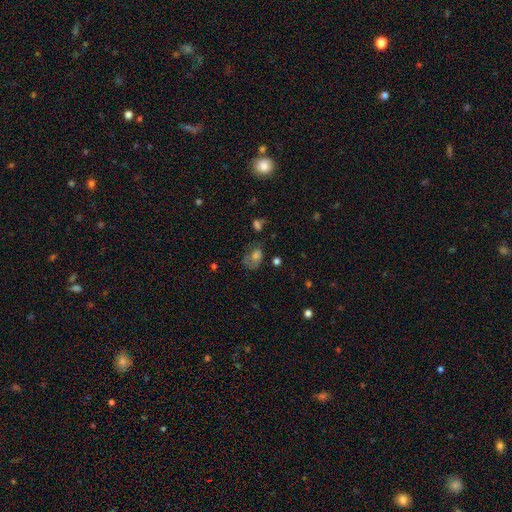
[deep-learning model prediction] Overall: smooth (49%; featured or disk 33%). Merging: none (38%; major disturbance 34%).